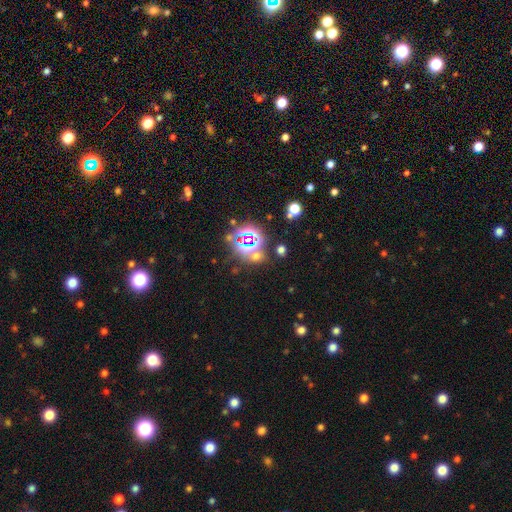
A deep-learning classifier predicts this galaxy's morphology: Smooth or featured?
  - star or artifact: 60% *
  - smooth: 32%
  - featured or disk: 8%